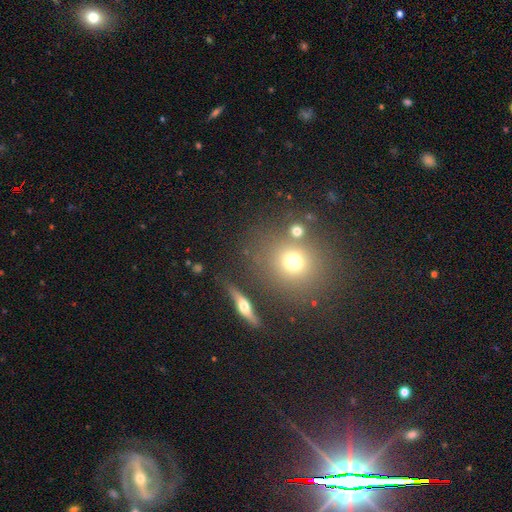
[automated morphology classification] smooth 54%, star or artifact 31%, featured or disk 15%. Down the decision tree: how rounded — round (85%); merging — none (78%).